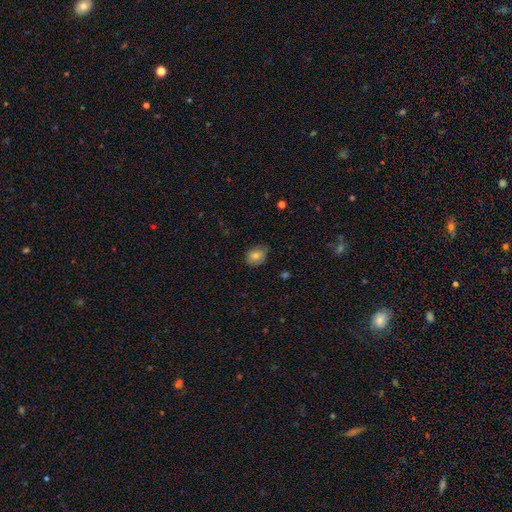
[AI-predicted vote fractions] This appears to be a smooth galaxy with no disk features (76%) that is in between round and cigar-shaped (53%). Merging: none (73%).